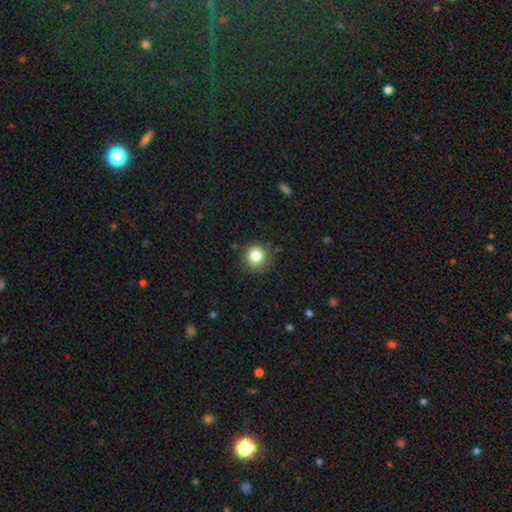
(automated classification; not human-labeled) Smooth or featured: smooth — 82% (star or artifact — 11%)
How rounded: round — 93% (in between — 7%)
Merging: none — 85% (minor disturbance — 10%)